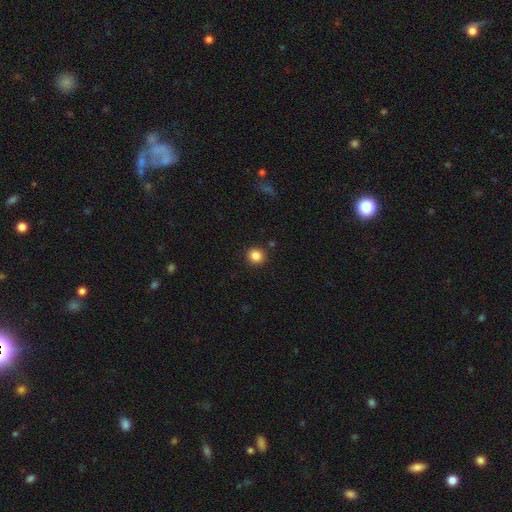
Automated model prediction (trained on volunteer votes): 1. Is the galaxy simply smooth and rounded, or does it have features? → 85% smooth, 11% star or artifact, 4% featured or disk.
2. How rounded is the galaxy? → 92% round, 7% in between, 1% cigar-shaped.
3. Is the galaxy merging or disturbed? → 91% none, 6% minor disturbance, 2% major disturbance, 2% merger.